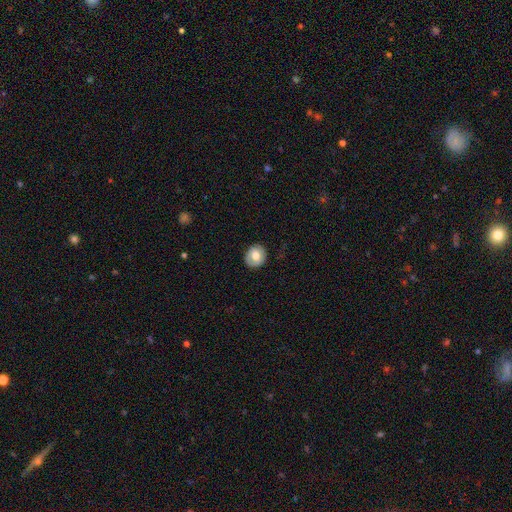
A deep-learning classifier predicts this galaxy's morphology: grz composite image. It shows a smooth galaxy with no disk features (68%) that is round (74%). Merging: none (87%).